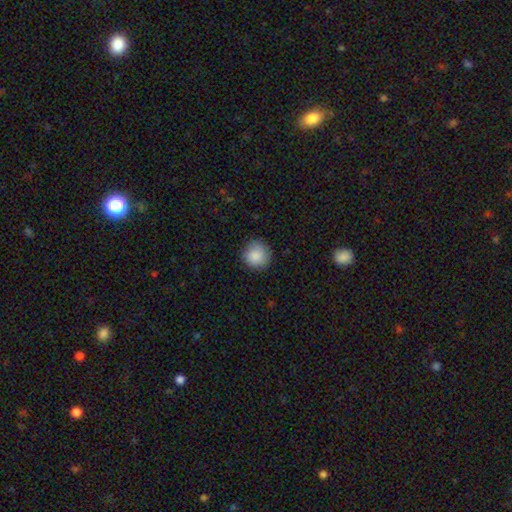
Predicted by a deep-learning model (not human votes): The model was most divided on "merging": none: 87%, minor disturbance: 10%, major disturbance: 2%, merger: 1%. More confident: how rounded — round (93%); smooth or featured — smooth (88%).